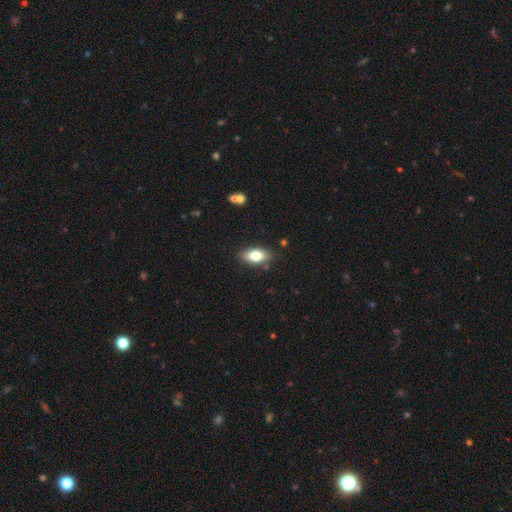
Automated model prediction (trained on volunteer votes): Smooth or featured?
  - smooth: 77% *
  - featured or disk: 15%
  - star or artifact: 8%
How rounded?
  - in between: 88% *
  - cigar-shaped: 7%
  - round: 6%
Merging?
  - none: 83% *
  - minor disturbance: 12%
  - major disturbance: 3%
  - merger: 2%